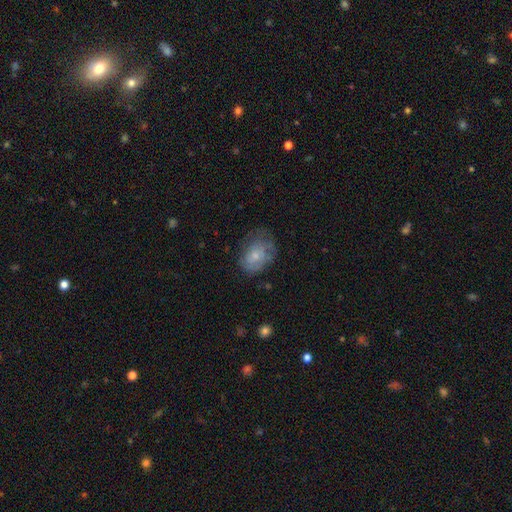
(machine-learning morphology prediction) A smooth galaxy with no disk features (56%) that is in between round and cigar-shaped (75%).

Vote fractions:
- Smooth or featured? smooth: 56% / featured or disk: 37% / star or artifact: 8%
- How rounded? in between: 75% / round: 24% / cigar-shaped: 1%
- Merging? none: 51% / minor disturbance: 29% / major disturbance: 18% / merger: 2%